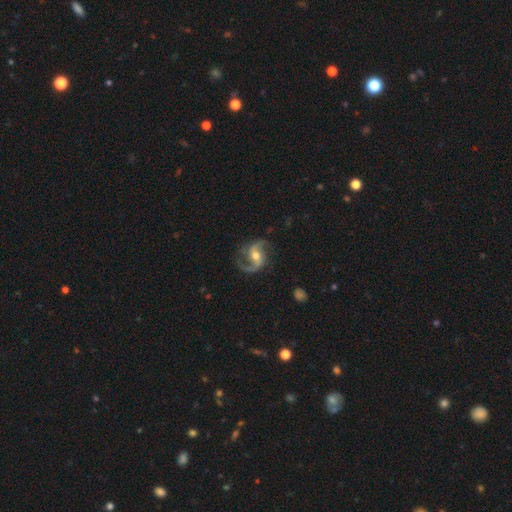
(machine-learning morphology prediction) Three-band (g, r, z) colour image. It shows a featured or disk galaxy (90%) with a weak bar (39%), 2 (92%) loose (52%) spiral arms (98%) and a moderate central bulge (68%). Merging: none (76%).